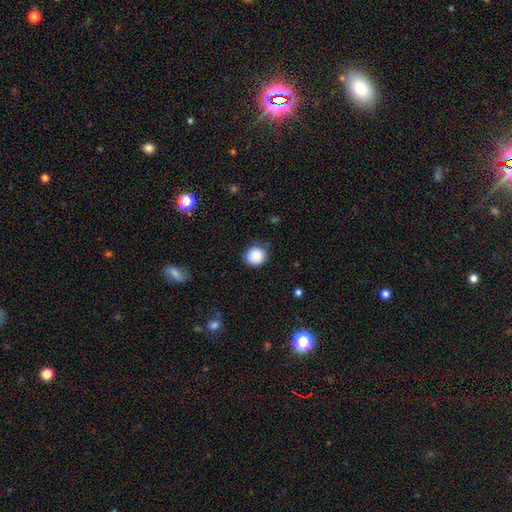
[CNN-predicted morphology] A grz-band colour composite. It shows a smooth galaxy with no disk features (87%) that is round (90%). Merging: none (79%).